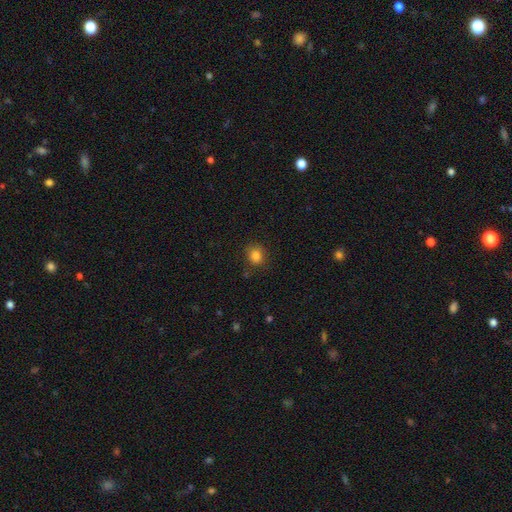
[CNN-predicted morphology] Smooth or featured? Predicted: smooth (p=0.83). How rounded? Predicted: round (p=0.70). Merging? Predicted: none (p=0.83).